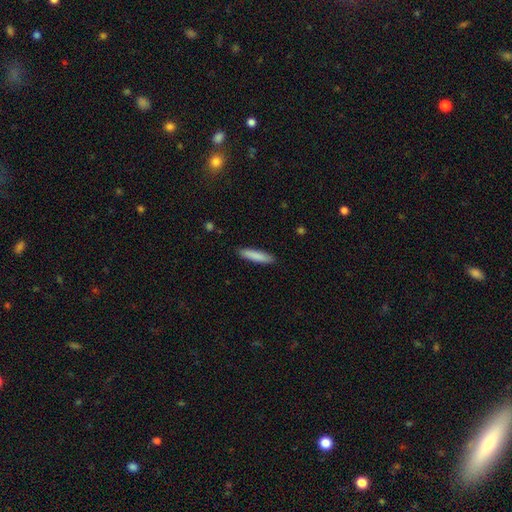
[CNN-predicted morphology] Smooth or featured?
  - smooth: 86% *
  - featured or disk: 9%
  - star or artifact: 6%
How rounded?
  - cigar-shaped: 84% *
  - in between: 15%
  - round: 1%
Merging?
  - none: 89% *
  - minor disturbance: 8%
  - major disturbance: 2%
  - merger: 1%